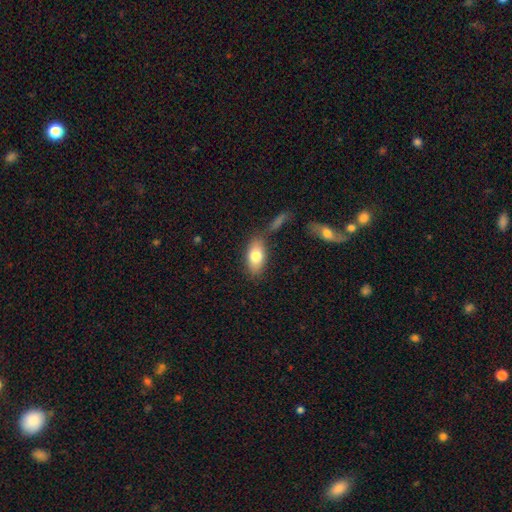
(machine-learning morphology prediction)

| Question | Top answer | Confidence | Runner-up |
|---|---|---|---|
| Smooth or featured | smooth | 77% | featured or disk (16%) |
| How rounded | in between | 89% | cigar-shaped (6%) |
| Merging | none | 72% | minor disturbance (15%) |